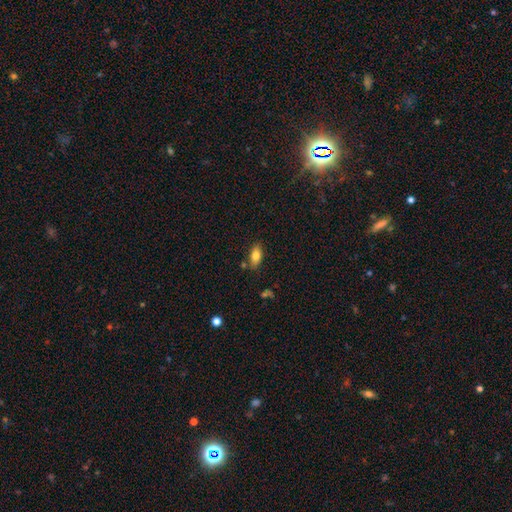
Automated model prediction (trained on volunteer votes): Q: Smooth or featured?
A: smooth (80%); runner-up: featured or disk (12%)
Q: How rounded?
A: in between (89%); runner-up: cigar-shaped (7%)
Q: Merging?
A: none (78%); runner-up: minor disturbance (14%)